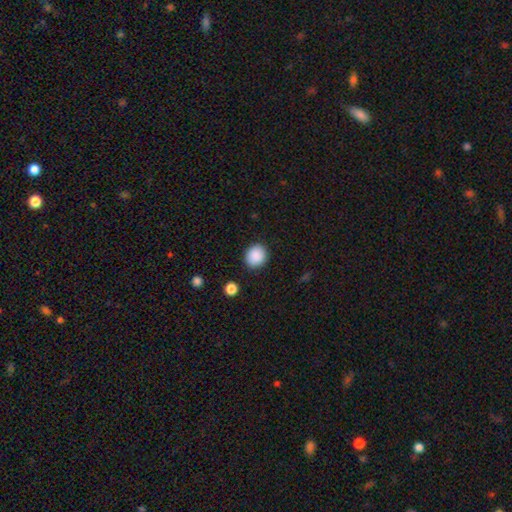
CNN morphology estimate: Overall: smooth (89%). How rounded: round (75%). Merging: none (89%).